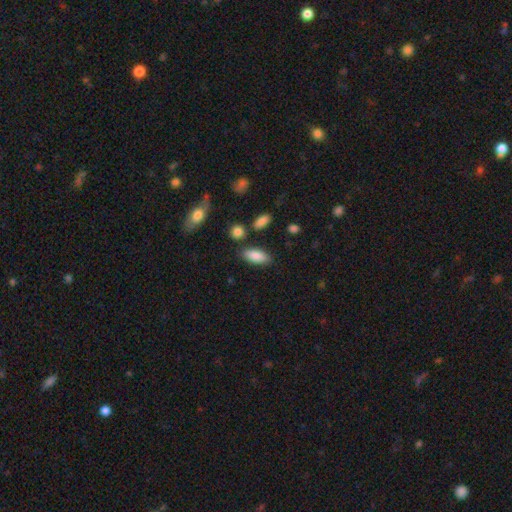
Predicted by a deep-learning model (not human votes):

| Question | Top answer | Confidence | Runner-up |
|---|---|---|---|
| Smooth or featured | smooth | 86% | featured or disk (7%) |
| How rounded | in between | 84% | cigar-shaped (14%) |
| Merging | none | 81% | minor disturbance (11%) |